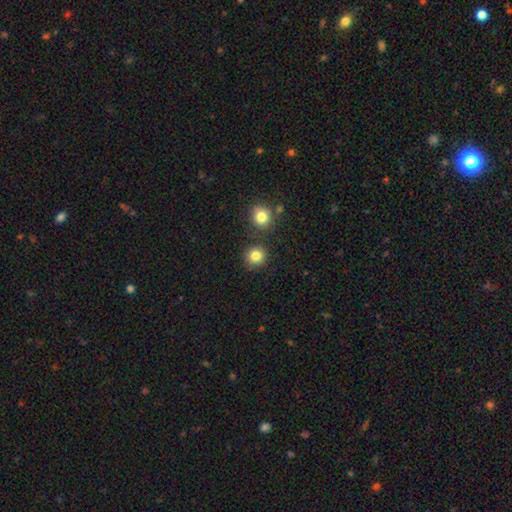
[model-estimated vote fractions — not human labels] Smooth or featured: smooth — 83% (star or artifact — 11%)
How rounded: round — 90% (in between — 10%)
Merging: none — 82% (minor disturbance — 8%)